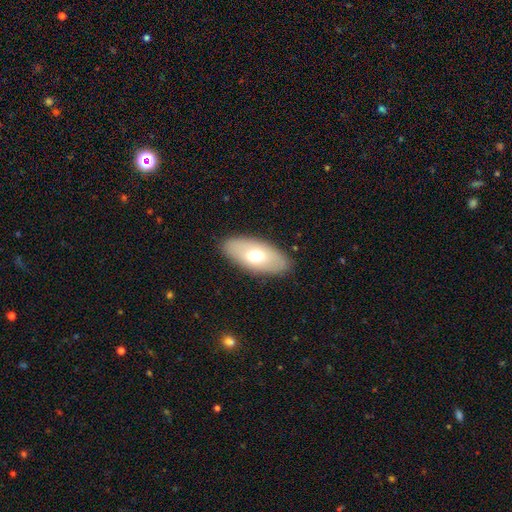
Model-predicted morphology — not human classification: Smooth or featured: smooth — 64% (featured or disk — 29%)
How rounded: in between — 90% (cigar-shaped — 7%)
Merging: none — 86% (minor disturbance — 10%)